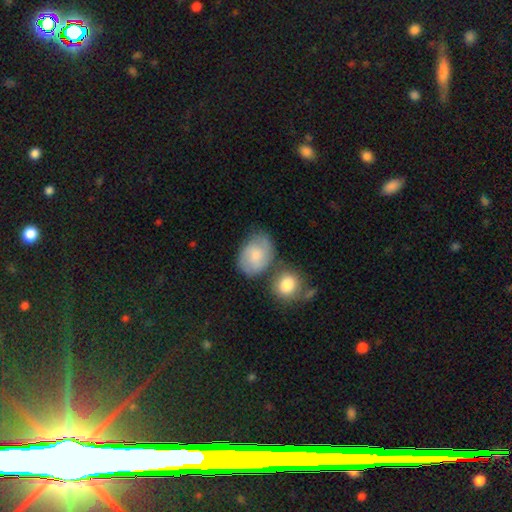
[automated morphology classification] A smooth galaxy with no disk features (58%) that is in between round and cigar-shaped (68%).

Vote fractions:
- Smooth or featured? smooth: 58% / featured or disk: 35% / star or artifact: 7%
- How rounded? in between: 68% / round: 30% / cigar-shaped: 1%
- Merging? none: 55% / minor disturbance: 21% / merger: 16% / major disturbance: 7%